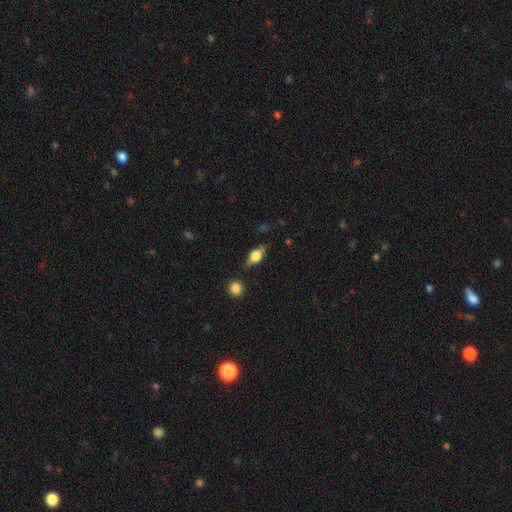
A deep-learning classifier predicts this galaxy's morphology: This is possibly a featured or disk galaxy (50%). It is clearly viewed edge-on (92%). Merging: likely none (76%).